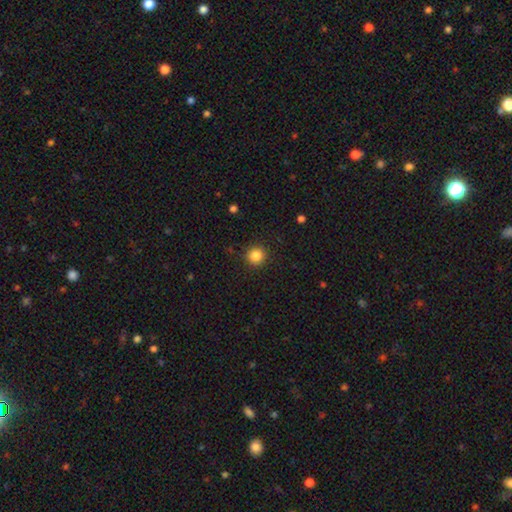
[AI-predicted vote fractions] This is clearly a smooth galaxy (85%). How rounded: clearly round (94%). Merging: clearly none (90%).